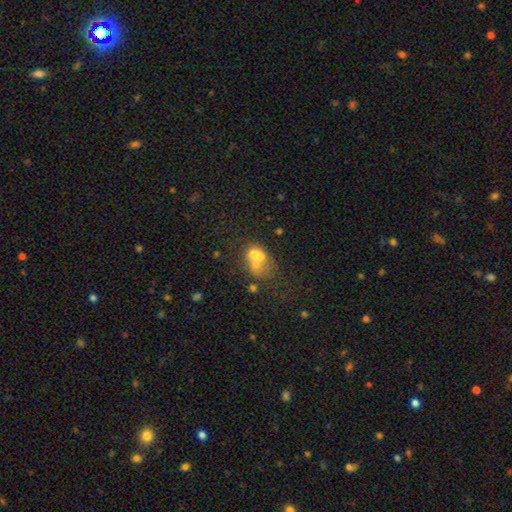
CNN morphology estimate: smooth-or-featured: smooth: 53% | featured or disk: 33% | star or artifact: 15%
  how-rounded: round: 52% | in between: 47% | cigar-shaped: 1%
  merging: merger: 62% | none: 23% | minor disturbance: 8% | major disturbance: 7%